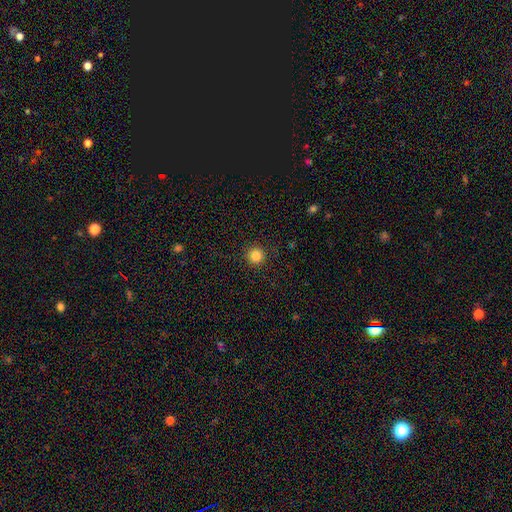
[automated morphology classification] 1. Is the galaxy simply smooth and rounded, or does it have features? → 84% smooth, 11% star or artifact, 4% featured or disk.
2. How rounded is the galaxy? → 96% round, 3% in between, 1% cigar-shaped.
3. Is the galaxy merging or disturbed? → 92% none, 5% minor disturbance, 2% major disturbance, 1% merger.